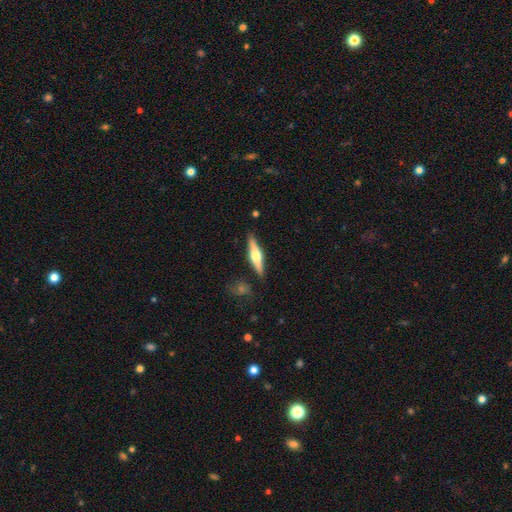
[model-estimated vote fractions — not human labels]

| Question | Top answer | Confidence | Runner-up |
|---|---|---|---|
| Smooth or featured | featured or disk | 62% | smooth (32%) |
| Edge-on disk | yes | 96% | no (4%) |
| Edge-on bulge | rounded | 91% | boxy (6%) |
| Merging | none | 87% | minor disturbance (9%) |